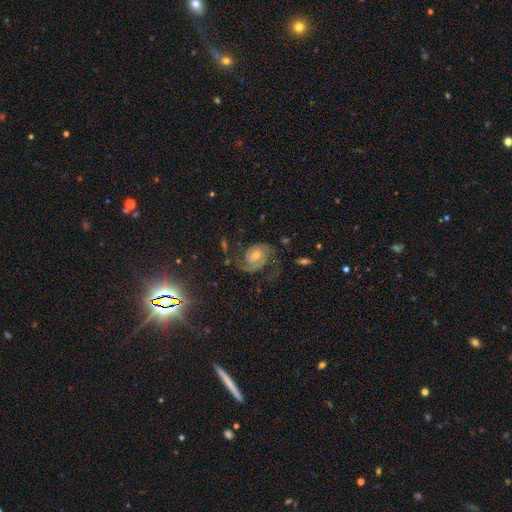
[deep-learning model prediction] Smooth or featured? Predicted: featured or disk (p=0.76). Edge-on disk? Predicted: no (p=0.97). Bar? Predicted: no (p=0.59). Spiral arms? Predicted: yes (p=0.96). Spiral winding? Predicted: medium (p=0.48). Spiral arm count? Predicted: 2 (p=0.79). Bulge size? Predicted: moderate (p=0.49). Merging? Predicted: none (p=0.64).